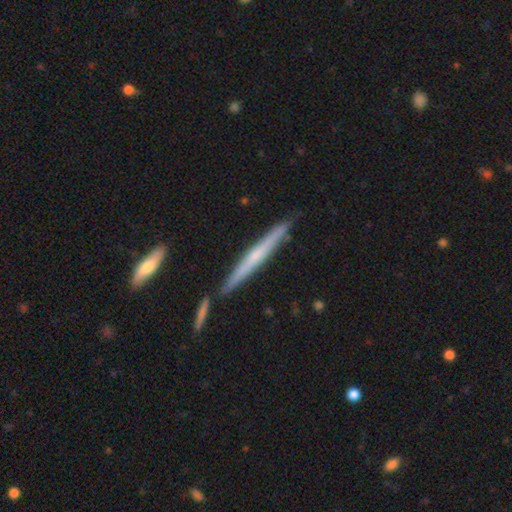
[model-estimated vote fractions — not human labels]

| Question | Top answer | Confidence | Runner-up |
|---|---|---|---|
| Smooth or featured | featured or disk | 52% | smooth (42%) |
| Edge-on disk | yes | 96% | no (4%) |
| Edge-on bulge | none | 62% | rounded (31%) |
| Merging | none | 83% | minor disturbance (10%) |